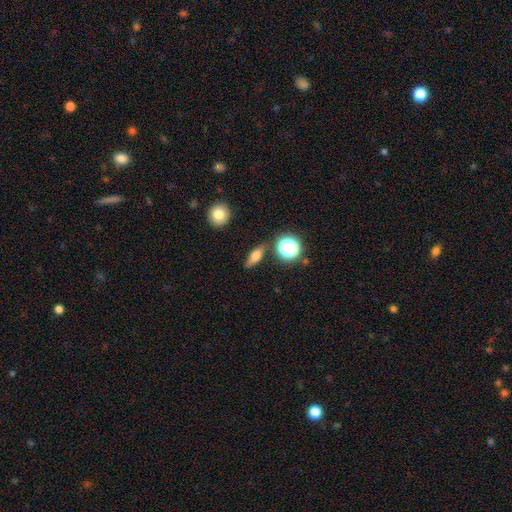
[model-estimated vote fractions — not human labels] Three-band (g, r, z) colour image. It shows a smooth galaxy with no disk features (62%) that is in between round and cigar-shaped (51%). Merging: none (82%).